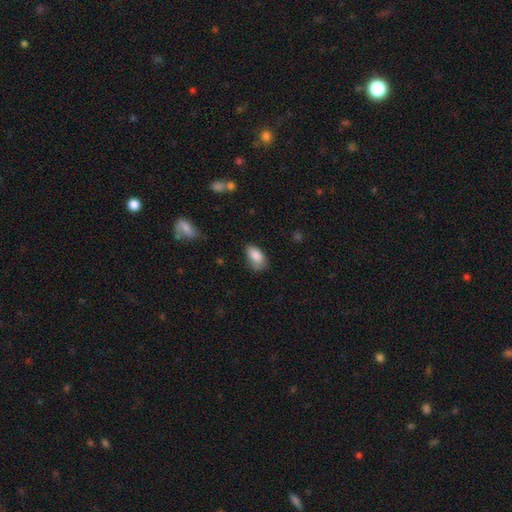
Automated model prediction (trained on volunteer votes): This appears to be a smooth galaxy with no disk features (86%) that is in between round and cigar-shaped (93%). Merging: none (59%).